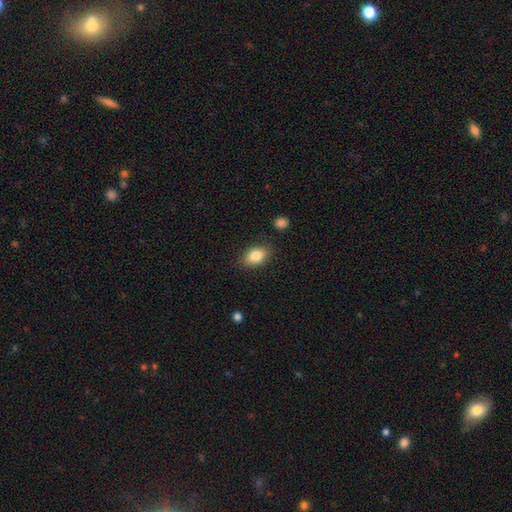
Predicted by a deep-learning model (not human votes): This appears to be a smooth galaxy with no disk features (84%) that is in between round and cigar-shaped (85%). Merging: none (85%).